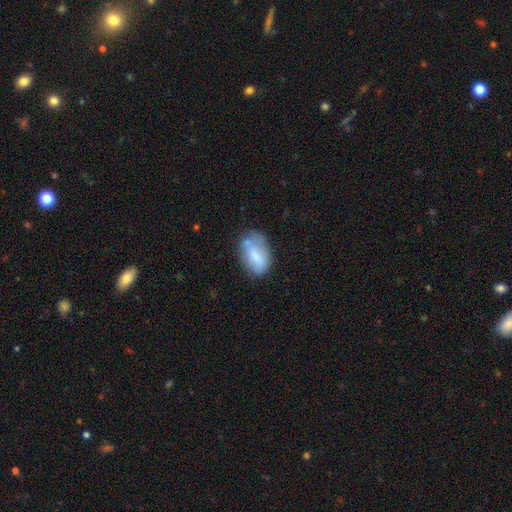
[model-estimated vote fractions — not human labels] This appears to be a smooth galaxy with no disk features (70%) that is in between round and cigar-shaped (89%). Merging: none (52%).